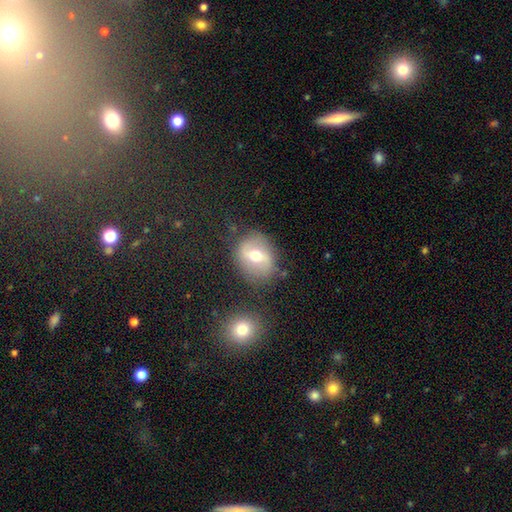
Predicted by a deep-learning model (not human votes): The model was most divided on "smooth or featured": featured or disk: 46%, smooth: 45%, star or artifact: 9%. More confident: merging — none (77%).